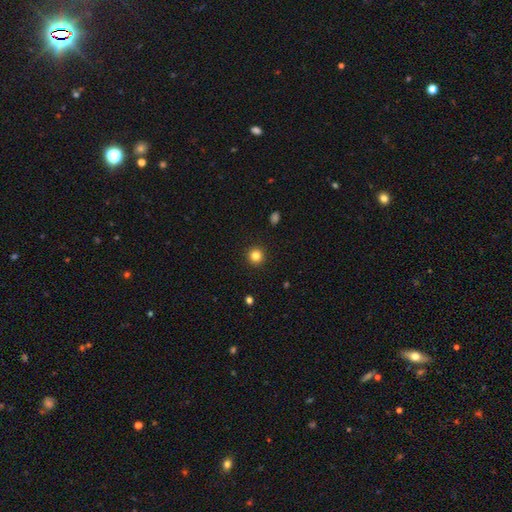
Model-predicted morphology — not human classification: This is clearly a smooth galaxy (83%). How rounded: clearly round (95%). Merging: clearly none (93%).